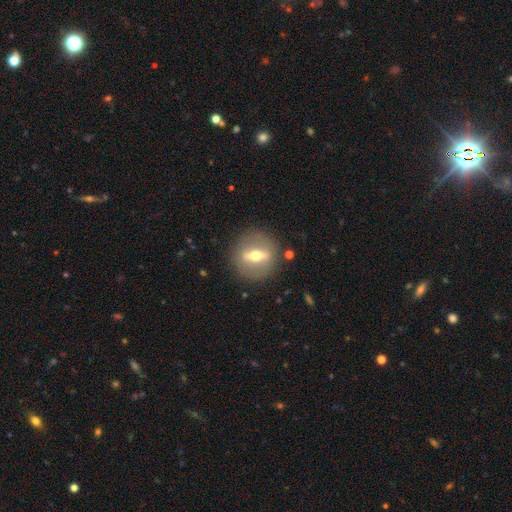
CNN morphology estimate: A featured or disk galaxy (68%) viewed edge-on (51%). Merging: none (87%).